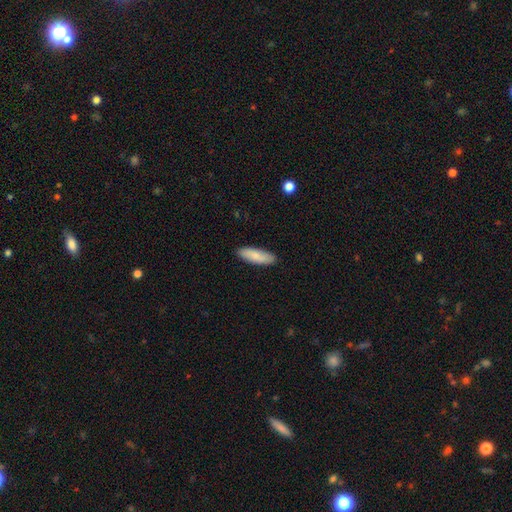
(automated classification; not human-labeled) This is clearly a smooth galaxy (82%). How rounded: possibly in between (57%). Merging: clearly none (89%).